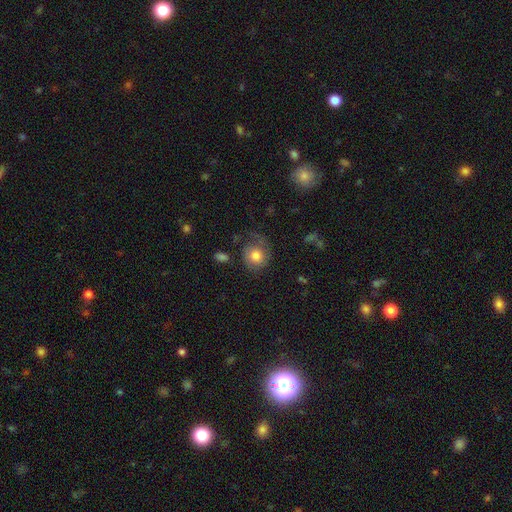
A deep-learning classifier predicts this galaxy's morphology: Smooth or featured? Predicted: smooth (p=0.68). How rounded? Predicted: round (p=0.82). Merging? Predicted: none (p=0.52).